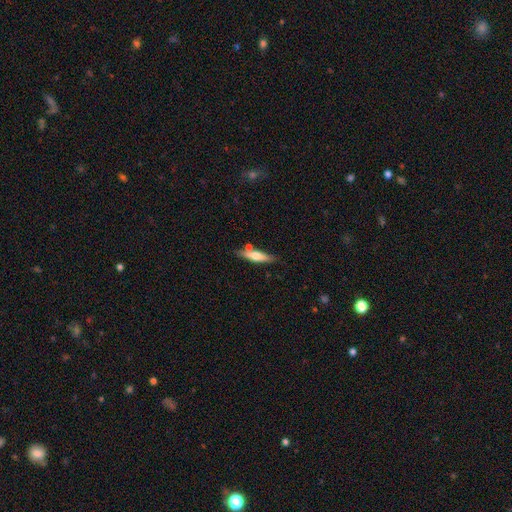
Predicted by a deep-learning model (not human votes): A smooth galaxy with no disk features (56%) that is cigar-shaped (76%).

Vote fractions:
- Smooth or featured? smooth: 56% / featured or disk: 38% / star or artifact: 6%
- How rounded? cigar-shaped: 76% / in between: 23% / round: 2%
- Merging? none: 73% / minor disturbance: 14% / merger: 10% / major disturbance: 3%